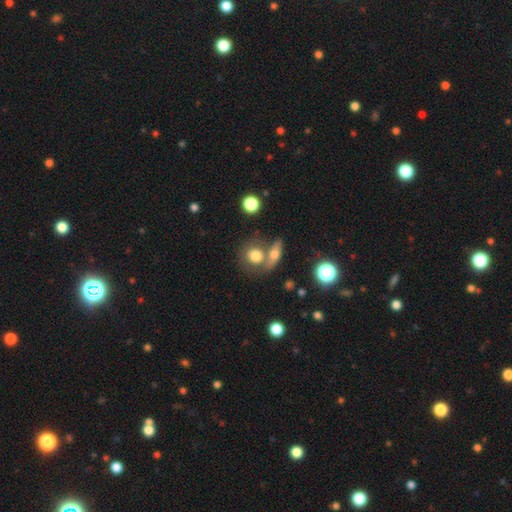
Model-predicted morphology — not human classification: Smooth or featured? Predicted: smooth (p=0.72). How rounded? Predicted: round (p=0.73). Merging? Predicted: none (p=0.49).